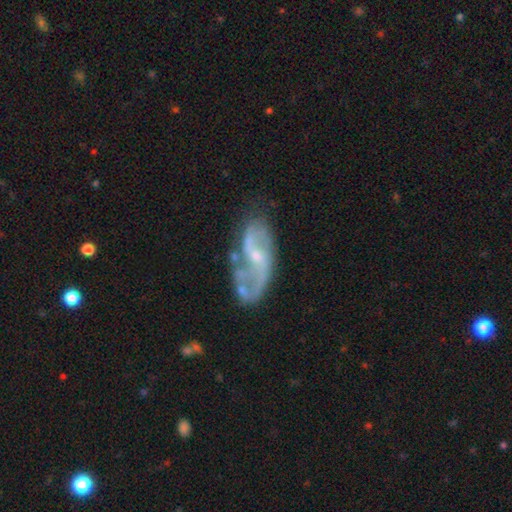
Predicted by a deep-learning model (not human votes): Q: Smooth or featured?
A: featured or disk (82%); runner-up: smooth (12%)
Q: Edge-on disk?
A: no (95%); runner-up: yes (5%)
Q: Bar?
A: no (46%); runner-up: weak (43%)
Q: Spiral arms?
A: yes (89%); runner-up: no (11%)
Q: Spiral winding?
A: loose (51%); runner-up: medium (37%)
Q: Spiral arm count?
A: 2 (77%); runner-up: can't tell (10%)
Q: Bulge size?
A: small (63%); runner-up: moderate (29%)
Q: Merging?
A: none (52%); runner-up: minor disturbance (24%)